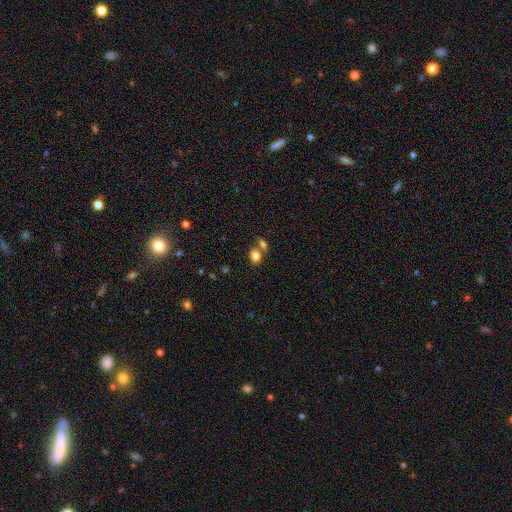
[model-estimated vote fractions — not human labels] Smooth or featured? smooth (81%)
How rounded? in between (69%)
Merging? none (49%)